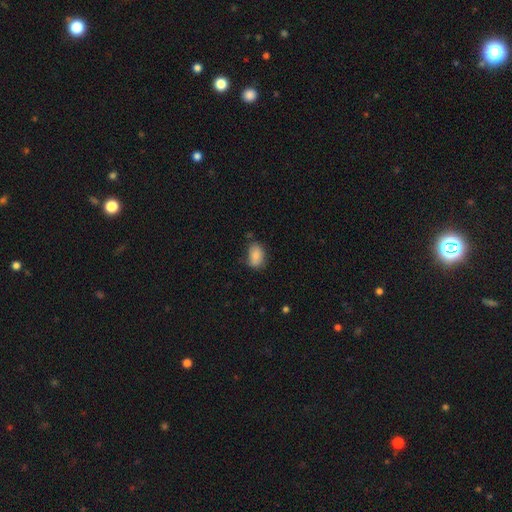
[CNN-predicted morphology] The model was most divided on "merging": none: 66%, minor disturbance: 26%, major disturbance: 5%, merger: 3%. More confident: how rounded — in between (85%); smooth or featured — smooth (83%).